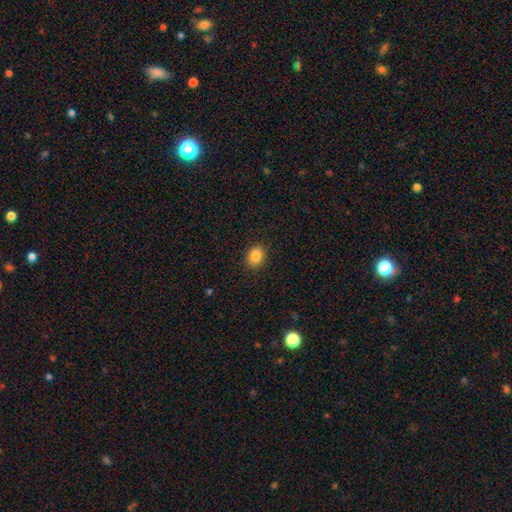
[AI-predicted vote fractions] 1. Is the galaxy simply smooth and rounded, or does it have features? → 85% smooth, 10% star or artifact, 5% featured or disk.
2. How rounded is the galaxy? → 51% in between, 48% round, 1% cigar-shaped.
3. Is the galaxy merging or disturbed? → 89% none, 8% minor disturbance, 2% major disturbance, 1% merger.